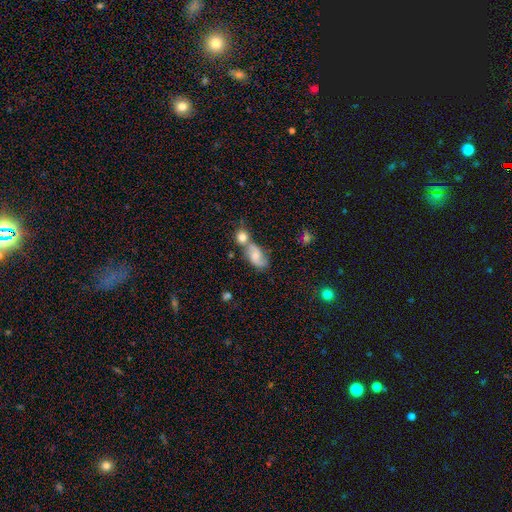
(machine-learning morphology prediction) A featured or disk galaxy (52%).

Vote fractions:
- Smooth or featured? featured or disk: 52% / smooth: 38% / star or artifact: 10%
- Edge-on disk? no: 95% / yes: 5%
- Merging? merger: 46% / none: 33% / minor disturbance: 14% / major disturbance: 7%